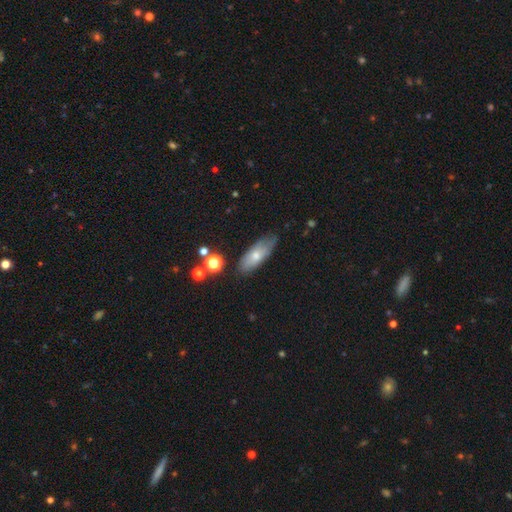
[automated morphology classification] type=smooth (66%); roundness=in between (74%); merging=none (68%).